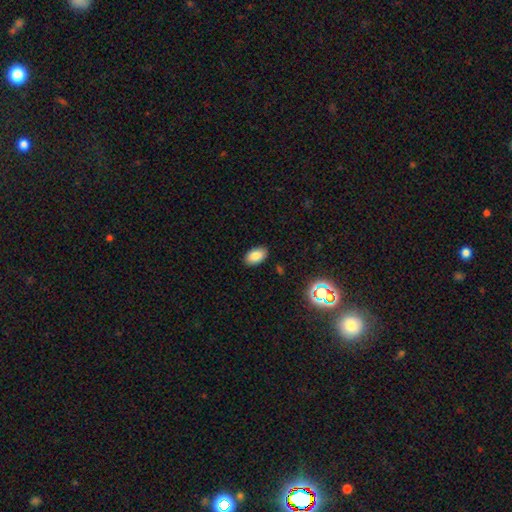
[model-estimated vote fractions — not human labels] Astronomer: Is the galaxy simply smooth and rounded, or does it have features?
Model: smooth — 85%.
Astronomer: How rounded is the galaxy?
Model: in between — 93%.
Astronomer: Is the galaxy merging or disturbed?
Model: none — 88%.